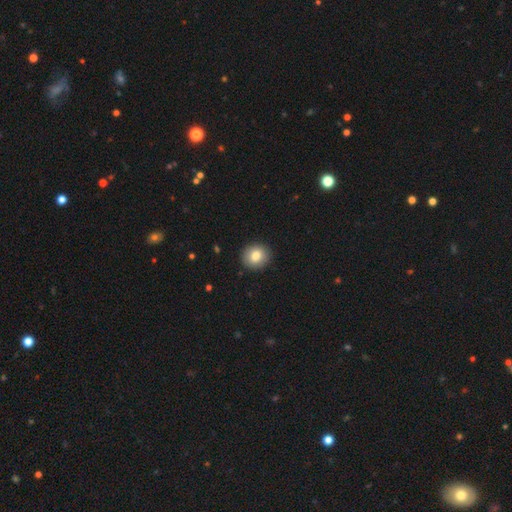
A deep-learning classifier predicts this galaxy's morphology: smooth-or-featured: smooth: 81% | featured or disk: 10% | star or artifact: 9%
  how-rounded: round: 81% | in between: 18% | cigar-shaped: 1%
  merging: none: 91% | minor disturbance: 7% | major disturbance: 2% | merger: 1%